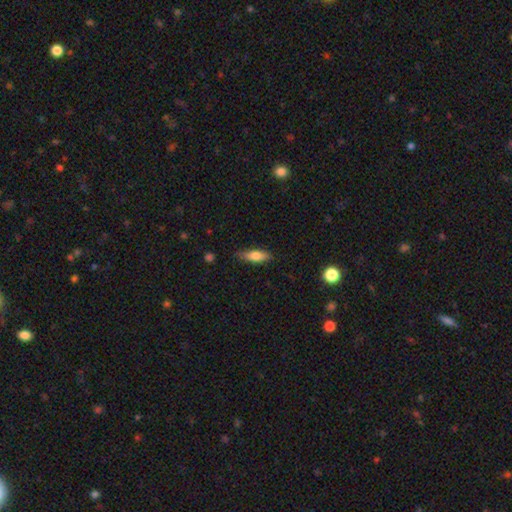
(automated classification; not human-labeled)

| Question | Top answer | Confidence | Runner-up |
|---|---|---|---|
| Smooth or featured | smooth | 70% | featured or disk (23%) |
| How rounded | in between | 55% | cigar-shaped (42%) |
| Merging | none | 80% | minor disturbance (16%) |